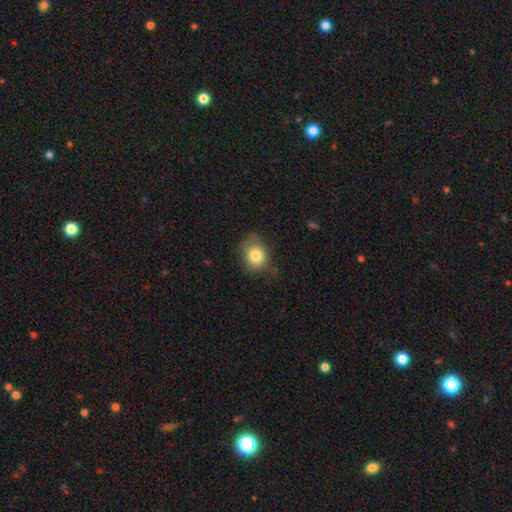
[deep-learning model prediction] Smooth or featured?
  - smooth: 80% *
  - featured or disk: 11%
  - star or artifact: 9%
How rounded?
  - round: 58% *
  - in between: 41%
  - cigar-shaped: 1%
Merging?
  - none: 62% *
  - minor disturbance: 28%
  - major disturbance: 9%
  - merger: 1%